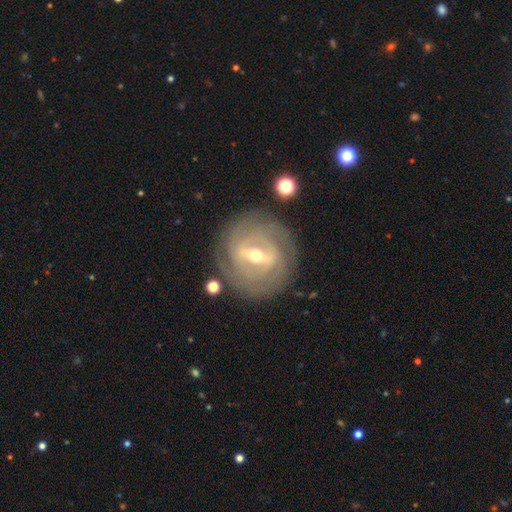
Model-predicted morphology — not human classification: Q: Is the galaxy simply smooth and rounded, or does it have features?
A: featured or disk — 85%.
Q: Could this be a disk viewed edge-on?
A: no — 94%.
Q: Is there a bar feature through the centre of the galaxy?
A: strong — 55%.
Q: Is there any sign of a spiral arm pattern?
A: yes — 85%.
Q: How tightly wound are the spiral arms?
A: tight — 75%.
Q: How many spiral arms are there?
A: can't tell — 40%.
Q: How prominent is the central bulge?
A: moderate — 53%.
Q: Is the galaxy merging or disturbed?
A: none — 82%.